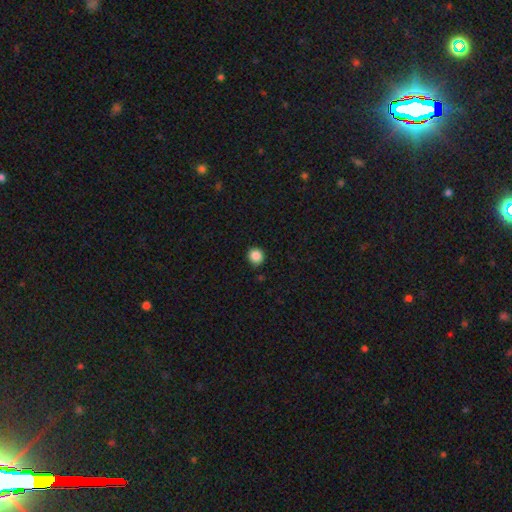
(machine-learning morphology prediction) type=smooth (87%); roundness=round (89%); merging=none (88%).